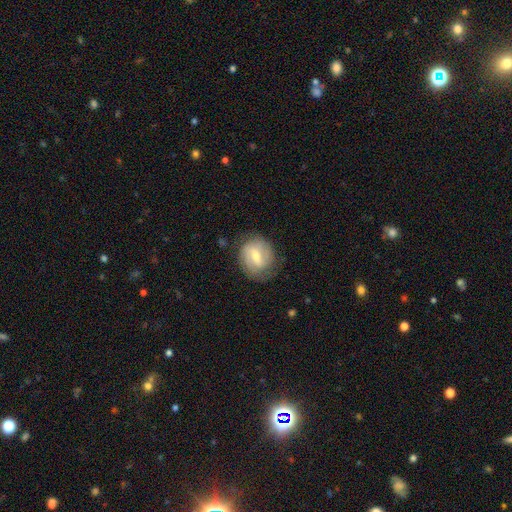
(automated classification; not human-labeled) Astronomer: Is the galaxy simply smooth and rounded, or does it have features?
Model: featured or disk — 71%.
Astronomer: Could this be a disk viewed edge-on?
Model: no — 97%.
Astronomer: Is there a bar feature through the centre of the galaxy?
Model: weak — 54% (runner-up: strong, 32%).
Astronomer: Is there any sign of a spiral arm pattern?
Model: yes — 86%.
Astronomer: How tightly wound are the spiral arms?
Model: tight — 41%, tied with medium at 41%.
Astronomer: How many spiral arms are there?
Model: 2 — 64%.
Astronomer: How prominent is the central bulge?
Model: small — 48% (runner-up: moderate, 47%).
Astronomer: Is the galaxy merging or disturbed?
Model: none — 75%.